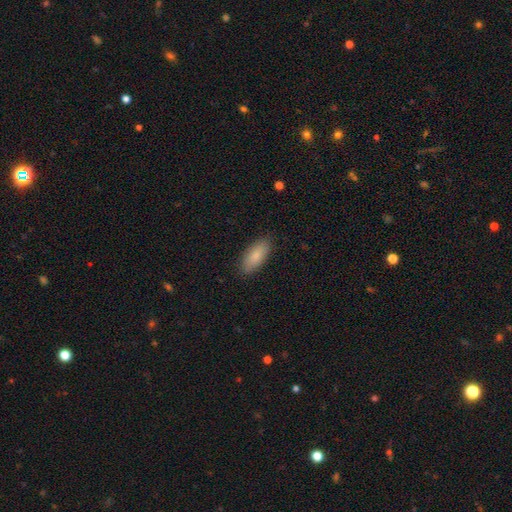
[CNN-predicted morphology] Smooth or featured?
  - smooth: 84% *
  - featured or disk: 10%
  - star or artifact: 6%
How rounded?
  - in between: 80% *
  - cigar-shaped: 18%
  - round: 2%
Merging?
  - none: 87% *
  - minor disturbance: 10%
  - major disturbance: 2%
  - merger: 1%